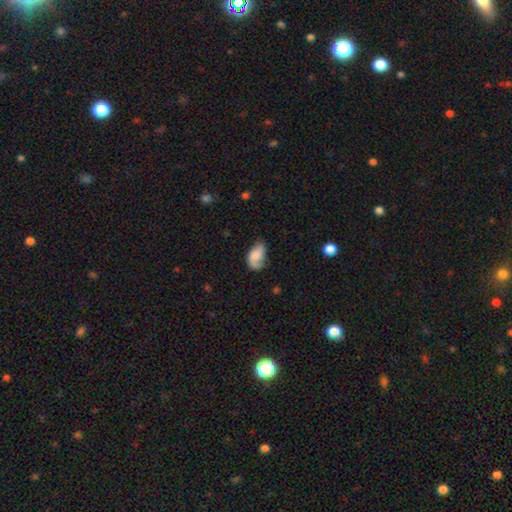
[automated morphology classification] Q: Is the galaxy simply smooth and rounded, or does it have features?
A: smooth — 63%.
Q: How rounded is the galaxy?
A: in between — 90%.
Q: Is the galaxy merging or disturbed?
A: none — 43%.